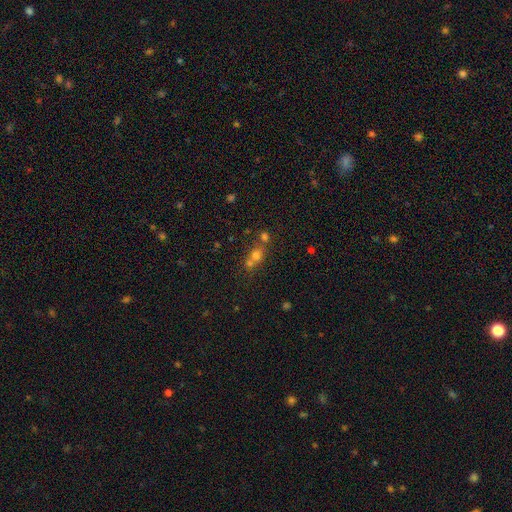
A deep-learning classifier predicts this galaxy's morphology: smooth-or-featured: smooth: 56% | star or artifact: 29% | featured or disk: 16%
  how-rounded: round: 80% | in between: 18% | cigar-shaped: 2%
  merging: none: 45% | merger: 44% | minor disturbance: 7% | major disturbance: 4%